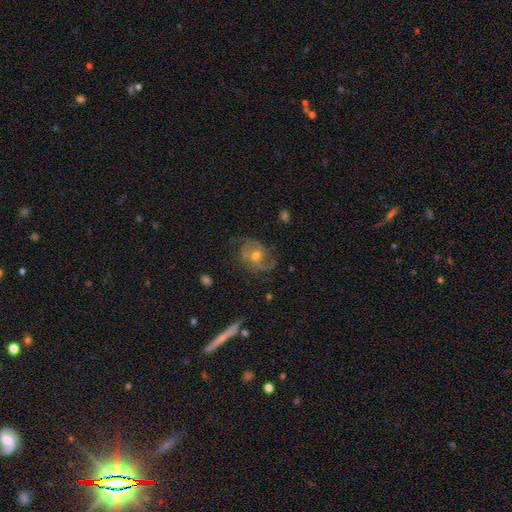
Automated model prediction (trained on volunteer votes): Overall: featured or disk (72%). Edge-on disk: no (96%). Bar: no (60%; weak 31%). Spiral arms: yes (85%). Spiral arm count: 2 (53%; can't tell 20%). Spiral winding: medium (44%; loose 29%). Bulge size: moderate (65%; small 30%). Merging: none (62%).